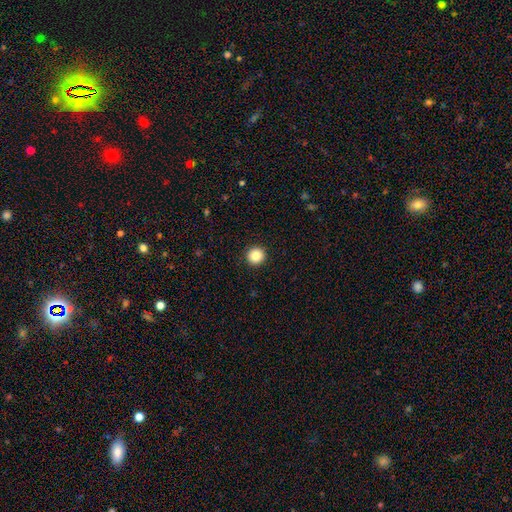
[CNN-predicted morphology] smooth 84%, star or artifact 10%, featured or disk 6%. Down the decision tree: how rounded — round (95%); merging — none (94%).